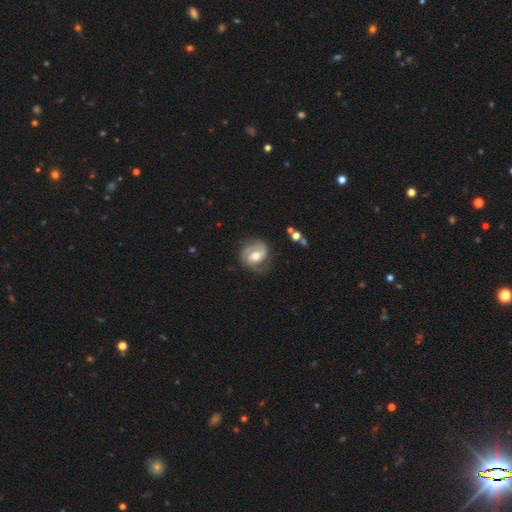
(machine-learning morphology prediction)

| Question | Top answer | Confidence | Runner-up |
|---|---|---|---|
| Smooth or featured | featured or disk | 78% | smooth (16%) |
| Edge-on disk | no | 97% | yes (3%) |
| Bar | weak | 42% | tied: no (42%) |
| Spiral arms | yes | 93% | no (7%) |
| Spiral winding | medium | 44% | tight (38%) |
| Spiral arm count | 2 | 68% | can't tell (10%) |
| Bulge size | moderate | 72% | small (20%) |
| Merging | none | 66% | minor disturbance (22%) |